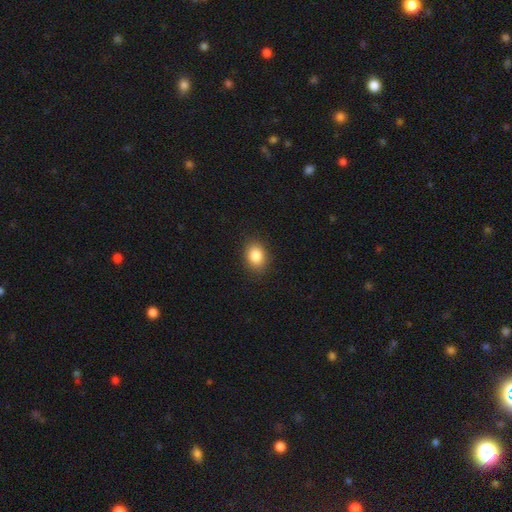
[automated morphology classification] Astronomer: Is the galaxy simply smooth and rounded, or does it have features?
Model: smooth — 86%.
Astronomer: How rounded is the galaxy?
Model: in between — 62%.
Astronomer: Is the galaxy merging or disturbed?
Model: none — 89%.